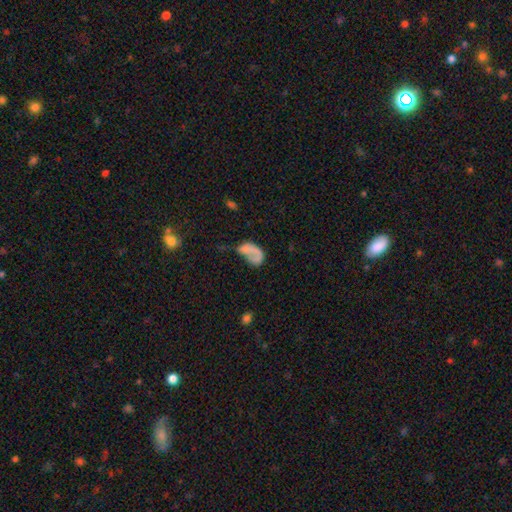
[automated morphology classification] The model was most divided on "smooth or featured": featured or disk: 41%, smooth: 40%, star or artifact: 19%. Remaining: merging — major disturbance (38%).